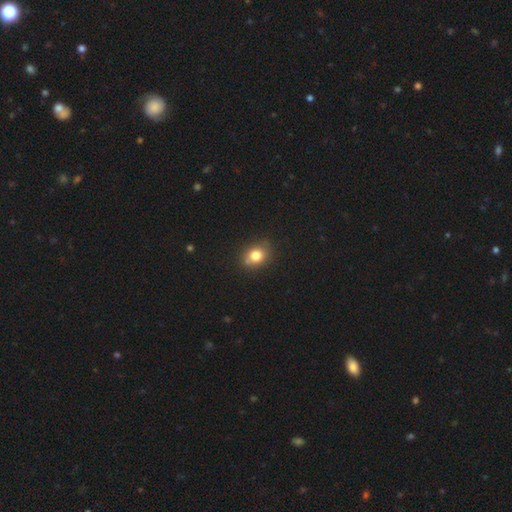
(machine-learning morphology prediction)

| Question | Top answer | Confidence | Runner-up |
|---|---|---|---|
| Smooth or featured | smooth | 78% | star or artifact (12%) |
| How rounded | round | 58% | in between (40%) |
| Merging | none | 73% | minor disturbance (15%) |